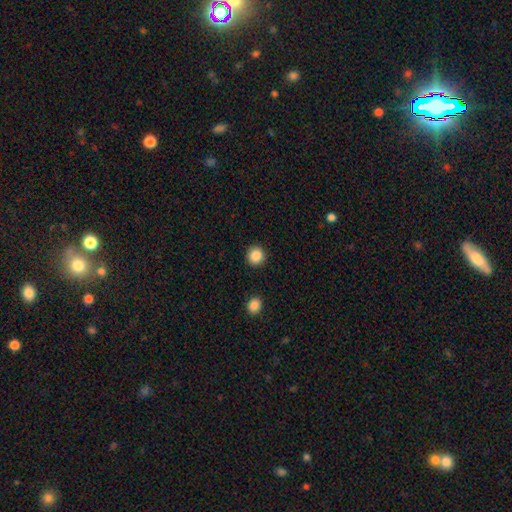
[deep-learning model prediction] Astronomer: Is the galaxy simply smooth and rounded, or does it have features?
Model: smooth — 87%.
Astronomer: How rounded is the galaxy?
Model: round — 92%.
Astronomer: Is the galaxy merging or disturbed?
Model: none — 91%.